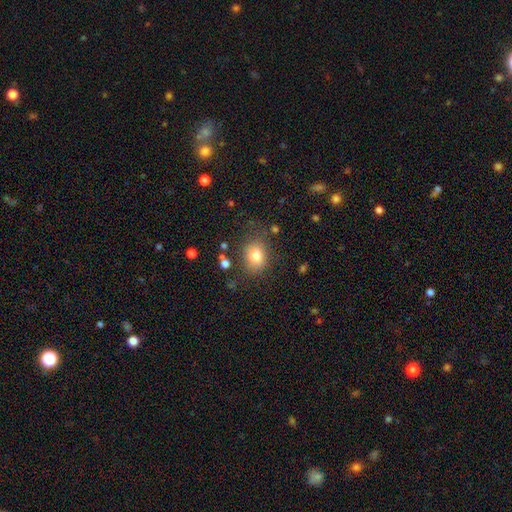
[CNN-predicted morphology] type=smooth (79%); roundness=in between (53%); merging=none (77%).